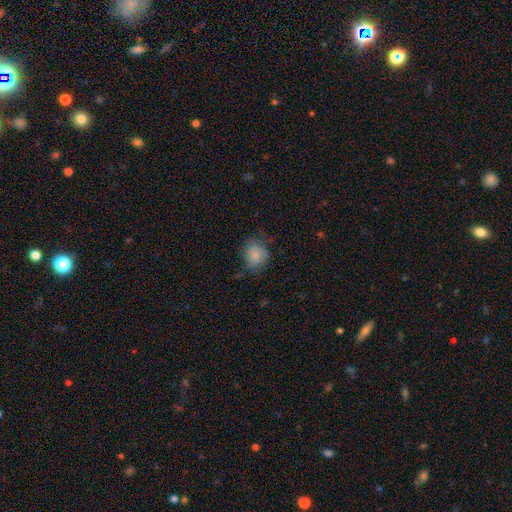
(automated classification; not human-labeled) Q: Smooth or featured?
A: smooth (79%); runner-up: featured or disk (13%)
Q: How rounded?
A: round (63%); runner-up: in between (36%)
Q: Merging?
A: none (61%); runner-up: minor disturbance (28%)